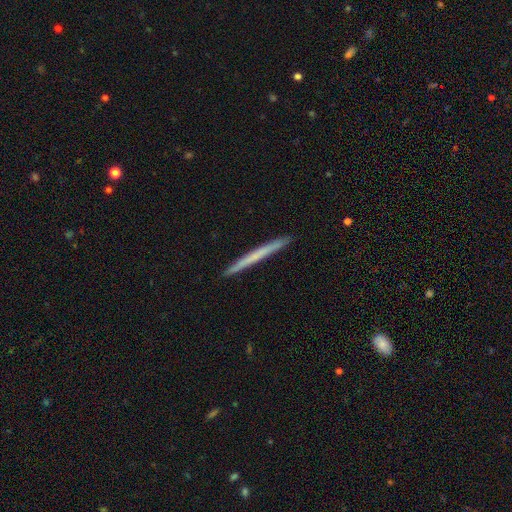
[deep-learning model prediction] smooth_or_featured: smooth (p=0.52) [alt: featured or disk p=0.43]
how_rounded: cigar-shaped (p=0.98) [alt: in between p=0.01]
merging: none (p=0.92) [alt: minor disturbance p=0.05]